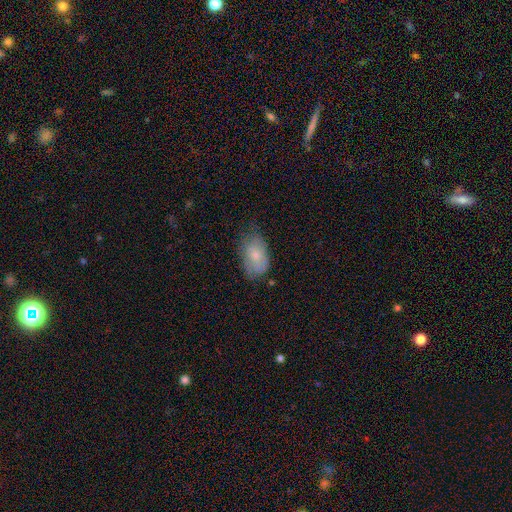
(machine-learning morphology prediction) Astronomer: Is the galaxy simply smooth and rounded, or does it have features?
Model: smooth — 71%.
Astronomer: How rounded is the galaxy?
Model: in between — 91%.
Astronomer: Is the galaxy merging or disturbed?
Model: none — 56% (runner-up: minor disturbance, 34%).